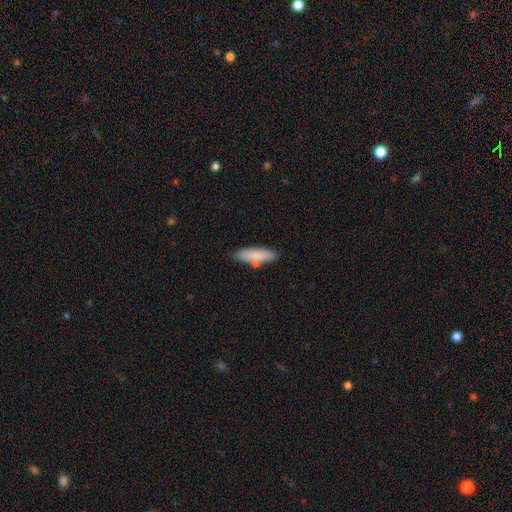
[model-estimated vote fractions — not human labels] Overall: smooth (81%). How rounded: cigar-shaped (55%; in between 43%). Merging: none (76%).